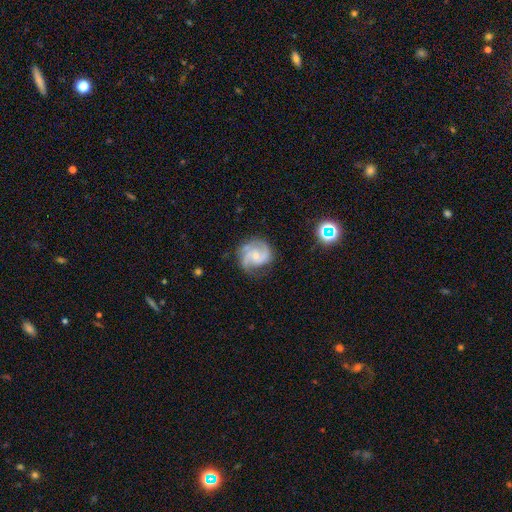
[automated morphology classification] Q: Smooth or featured?
A: featured or disk (82%); runner-up: smooth (11%)
Q: Edge-on disk?
A: no (98%); runner-up: yes (2%)
Q: Bar?
A: no (60%); runner-up: weak (34%)
Q: Spiral arms?
A: yes (96%); runner-up: no (4%)
Q: Spiral winding?
A: medium (52%); runner-up: tight (29%)
Q: Spiral arm count?
A: 2 (66%); runner-up: 3 (18%)
Q: Bulge size?
A: small (64%); runner-up: moderate (30%)
Q: Merging?
A: none (70%); runner-up: minor disturbance (20%)